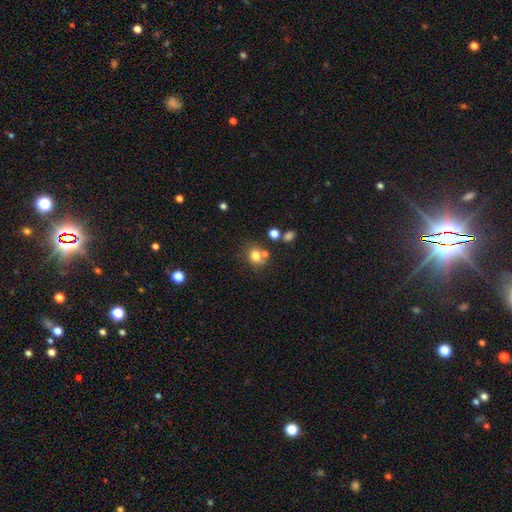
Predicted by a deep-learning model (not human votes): smooth_or_featured: smooth (p=0.75) [alt: star or artifact p=0.14]
how_rounded: round (p=0.68) [alt: in between p=0.31]
merging: none (p=0.57) [alt: merger p=0.25]